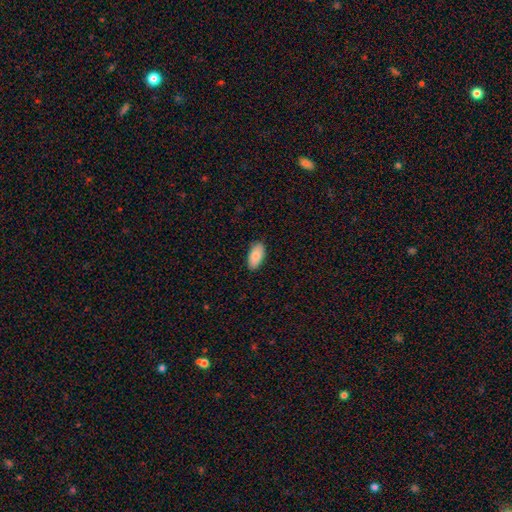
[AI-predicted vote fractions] This appears to be a smooth galaxy with no disk features (85%) that is in between round and cigar-shaped (94%). Merging: none (88%).